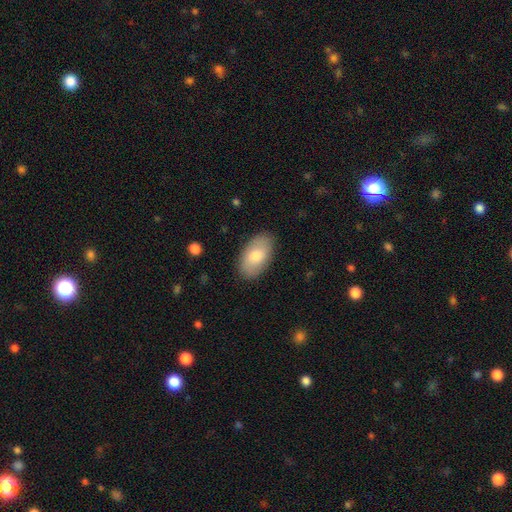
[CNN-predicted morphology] smooth 75%, featured or disk 20%, star or artifact 6%. Down the decision tree: how rounded — in between (95%); merging — none (86%).